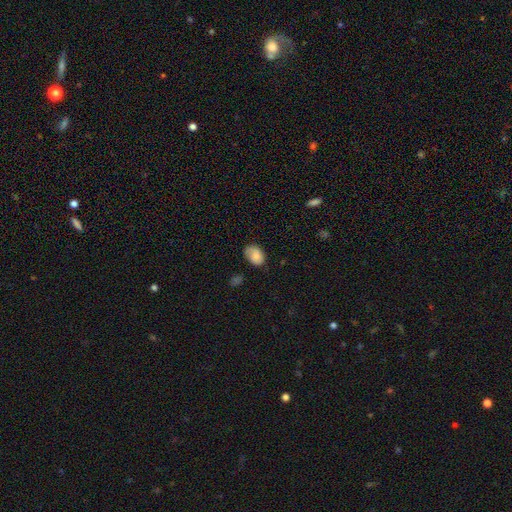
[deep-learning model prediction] Overall: smooth (83%). How rounded: in between (81%). Merging: none (65%; minor disturbance 28%).